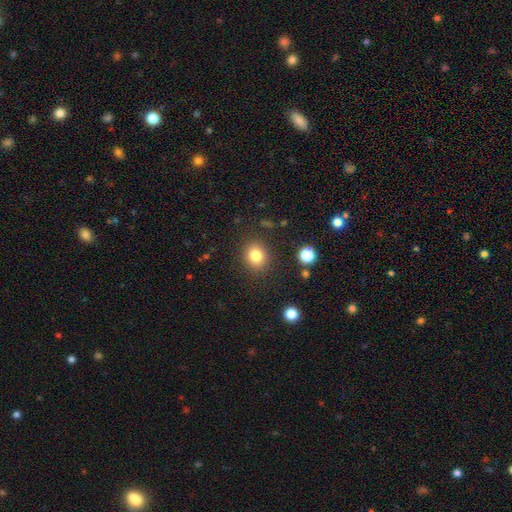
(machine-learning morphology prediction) This is clearly a smooth galaxy (81%). How rounded: likely round (73%). Merging: clearly none (87%).